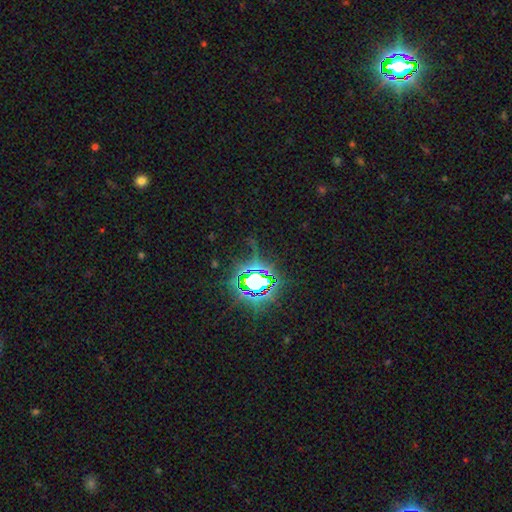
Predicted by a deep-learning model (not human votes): This is clearly a star or artifact rather than a galaxy (81%).